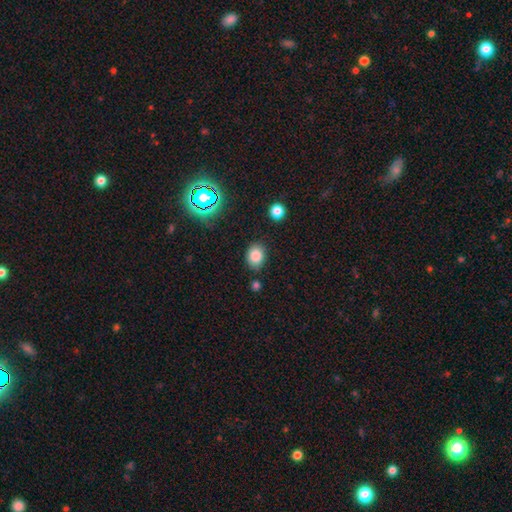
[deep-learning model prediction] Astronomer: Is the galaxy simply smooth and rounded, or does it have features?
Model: smooth — 82%.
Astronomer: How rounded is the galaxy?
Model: in between — 62% (runner-up: round, 37%).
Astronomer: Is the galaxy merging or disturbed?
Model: none — 78%.